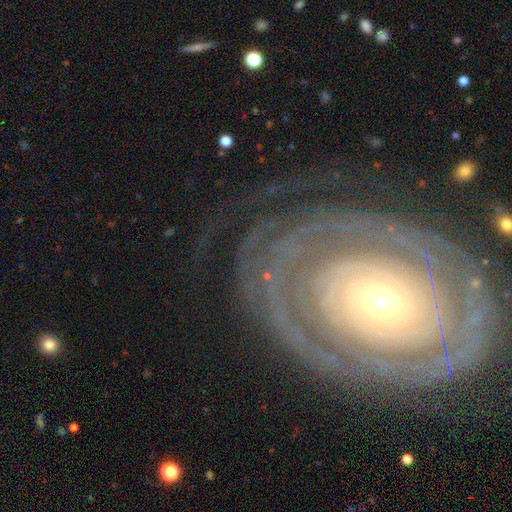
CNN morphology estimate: The model was most divided on "spiral arm count": can't tell: 42%, 2: 19%, 3: 12%, more than 4: 10%, 4: 10%, 1: 8%. More confident: edge-on disk — no (95%); bar — no (84%); spiral winding — tight (83%); smooth or featured — featured or disk (83%); spiral arms — yes (82%); merging — none (76%); bulge size — small (73%).